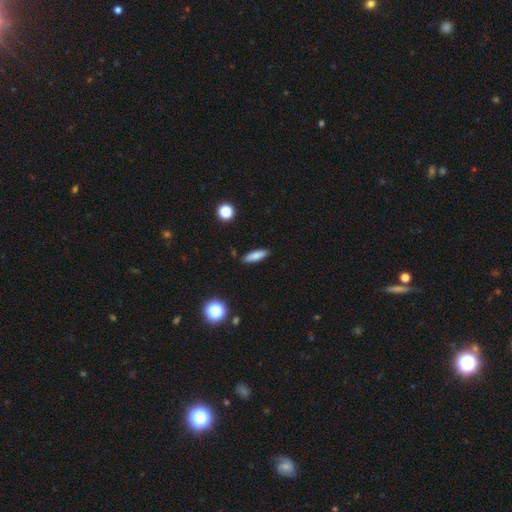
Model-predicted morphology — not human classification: A smooth galaxy with no disk features (80%) that is cigar-shaped (57%). Merging: none (88%).